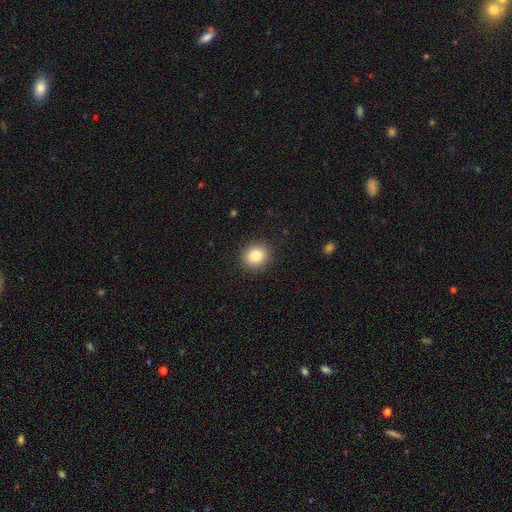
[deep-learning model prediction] A smooth galaxy with no disk features (83%) that is round (83%).

Vote fractions:
- Smooth or featured? smooth: 83% / star or artifact: 10% / featured or disk: 7%
- How rounded? round: 83% / in between: 16% / cigar-shaped: 1%
- Merging? none: 91% / minor disturbance: 6% / major disturbance: 2% / merger: 1%